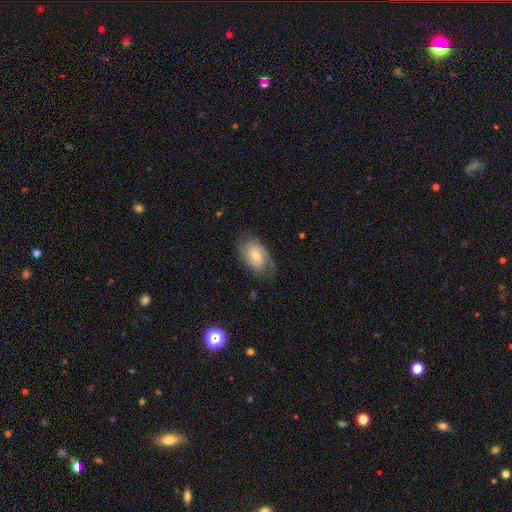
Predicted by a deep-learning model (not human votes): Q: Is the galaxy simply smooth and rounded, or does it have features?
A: featured or disk — 56%.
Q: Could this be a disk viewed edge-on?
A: no — 95%.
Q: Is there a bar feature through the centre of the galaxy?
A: no — 64%.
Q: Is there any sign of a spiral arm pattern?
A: yes — 86%.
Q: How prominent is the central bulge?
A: moderate — 50%.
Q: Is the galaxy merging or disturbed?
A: none — 67%.